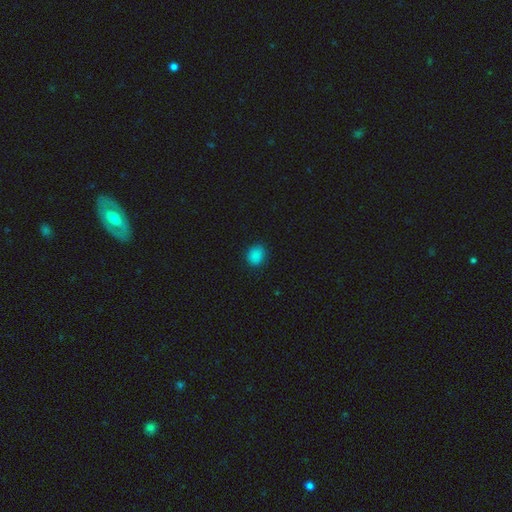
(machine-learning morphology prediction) The model was most divided on "how rounded": round: 62%, in between: 37%, cigar-shaped: 1%. More confident: merging — none (85%); smooth or featured — smooth (85%).